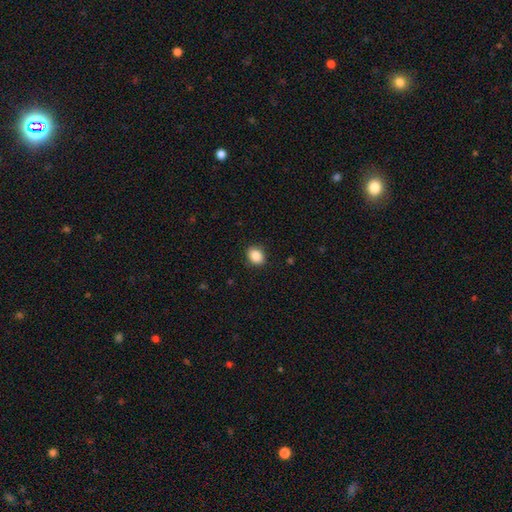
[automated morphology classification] This is clearly a smooth galaxy (87%). How rounded: possibly round (51%). Merging: clearly none (89%).